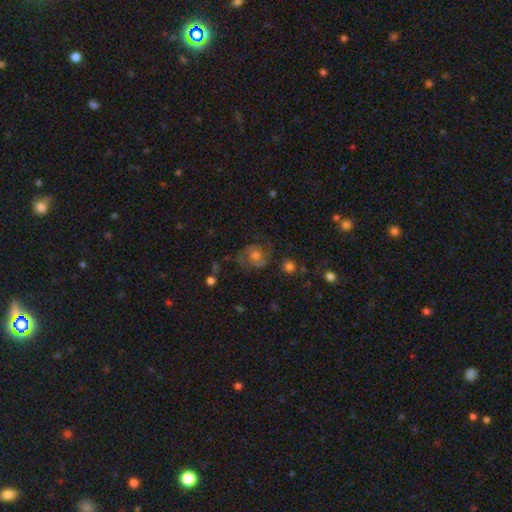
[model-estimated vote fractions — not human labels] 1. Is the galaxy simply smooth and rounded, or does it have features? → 52% featured or disk, 34% smooth, 14% star or artifact.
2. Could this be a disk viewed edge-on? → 97% no, 3% yes.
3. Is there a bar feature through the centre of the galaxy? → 76% no, 20% weak, 4% strong.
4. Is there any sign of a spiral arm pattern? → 81% yes, 19% no.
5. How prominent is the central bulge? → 64% moderate, 19% small, 13% large, 3% none, 2% dominant.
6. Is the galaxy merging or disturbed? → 62% none, 21% minor disturbance, 14% major disturbance, 3% merger.